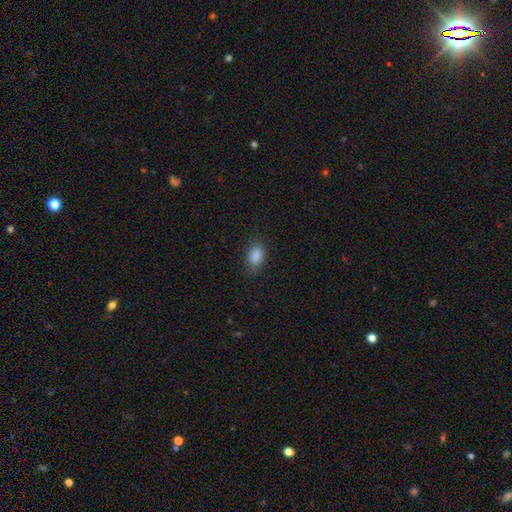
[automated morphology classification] The model was most divided on "merging": none: 82%, minor disturbance: 14%, major disturbance: 4%, merger: 1%. More confident: smooth or featured — smooth (87%); how rounded — in between (86%).